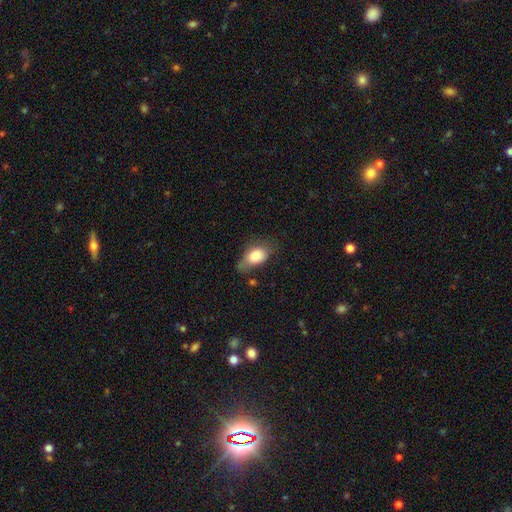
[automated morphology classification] Smooth or featured?
  - smooth: 81% *
  - featured or disk: 12%
  - star or artifact: 7%
How rounded?
  - in between: 87% *
  - round: 11%
  - cigar-shaped: 3%
Merging?
  - none: 47% *
  - minor disturbance: 34%
  - major disturbance: 14%
  - merger: 4%